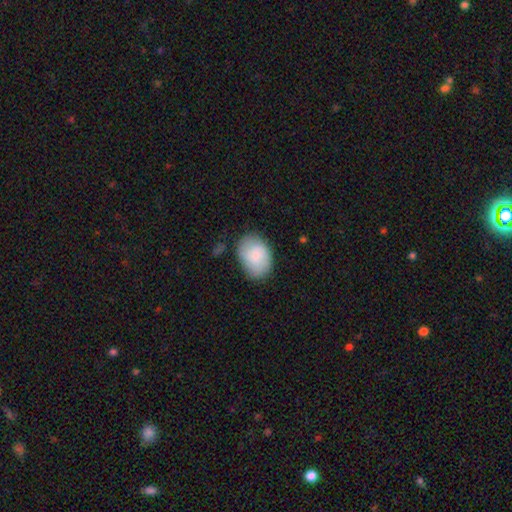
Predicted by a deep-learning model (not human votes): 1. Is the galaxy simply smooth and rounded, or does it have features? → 84% smooth, 11% featured or disk, 6% star or artifact.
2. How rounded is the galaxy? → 82% in between, 17% round, 1% cigar-shaped.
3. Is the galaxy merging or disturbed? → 73% none, 19% minor disturbance, 5% major disturbance, 3% merger.